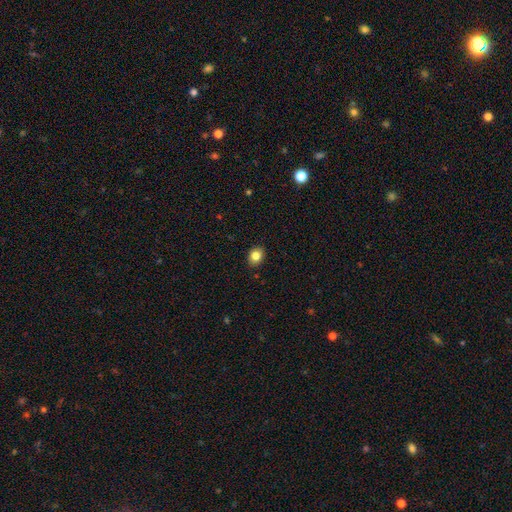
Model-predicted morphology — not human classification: smooth_or_featured: smooth (p=0.84) [alt: star or artifact p=0.10]
how_rounded: in between (p=0.53) [alt: round p=0.46]
merging: none (p=0.90) [alt: minor disturbance p=0.08]